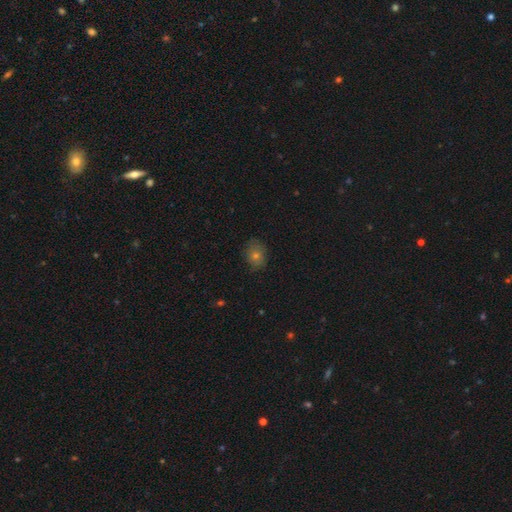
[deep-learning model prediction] This appears to be a smooth galaxy with no disk features (67%) that is in between round and cigar-shaped (53%). Merging: none (80%).